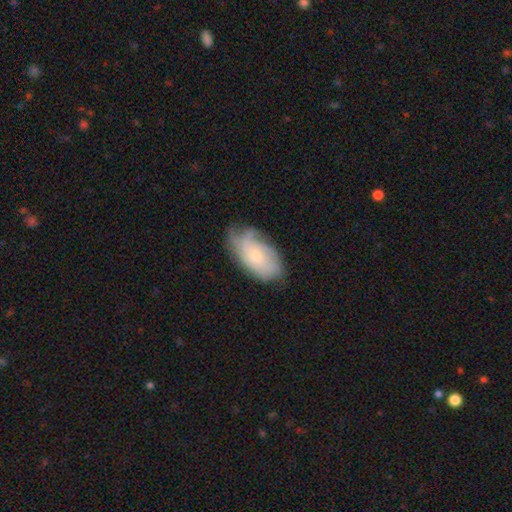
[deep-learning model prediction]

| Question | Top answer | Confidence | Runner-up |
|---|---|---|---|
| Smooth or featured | featured or disk | 51% | smooth (42%) |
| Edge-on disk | no | 94% | yes (6%) |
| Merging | none | 59% | minor disturbance (30%) |